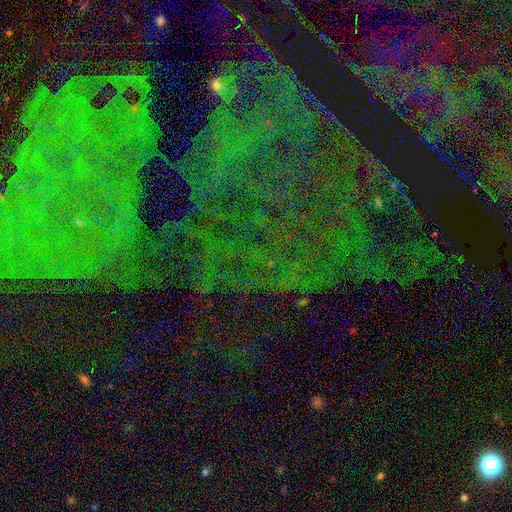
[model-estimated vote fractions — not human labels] smooth-or-featured: star or artifact: 80% | featured or disk: 11% | smooth: 9%